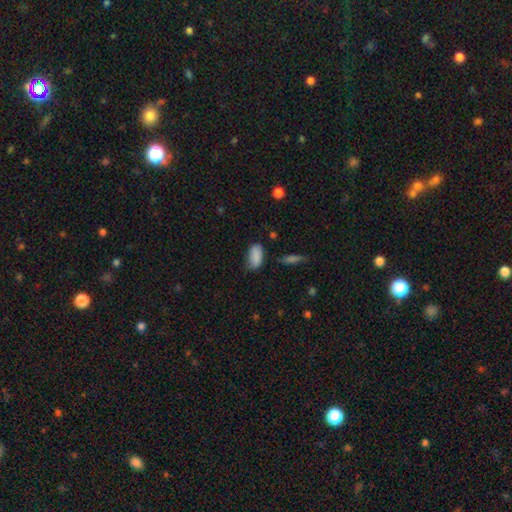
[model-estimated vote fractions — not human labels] Smooth or featured: smooth — 86% (star or artifact — 8%)
How rounded: in between — 92% (cigar-shaped — 4%)
Merging: none — 69% (minor disturbance — 24%)